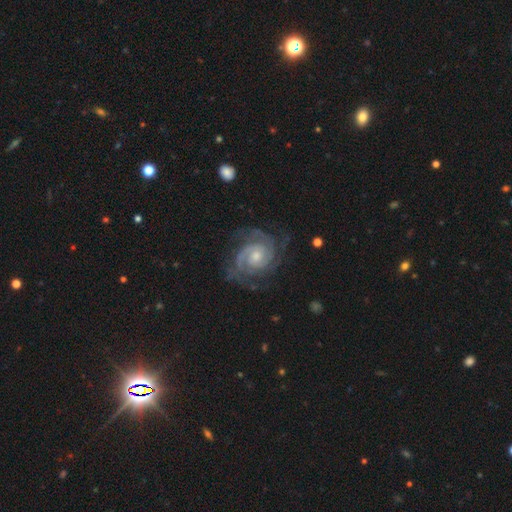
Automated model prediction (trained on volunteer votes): A featured or disk galaxy (91%) with no bar (64%), 2 (45%) tight (67%) spiral arms (98%) and a moderate central bulge (47%). Merging: none (75%).